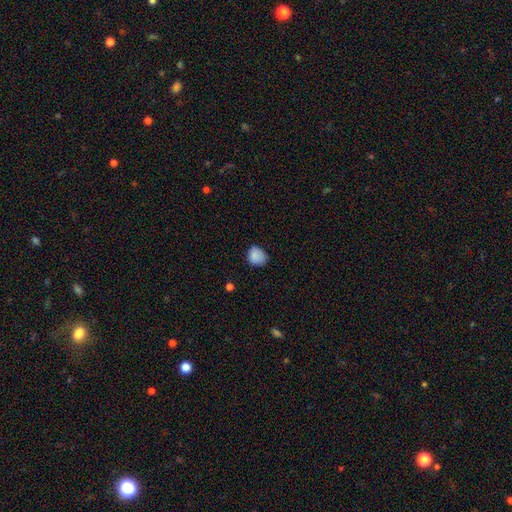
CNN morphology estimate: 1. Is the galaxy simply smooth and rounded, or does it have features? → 86% smooth, 9% star or artifact, 4% featured or disk.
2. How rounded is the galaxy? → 62% round, 37% in between, 1% cigar-shaped.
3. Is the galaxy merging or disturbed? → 66% none, 28% minor disturbance, 4% major disturbance, 1% merger.